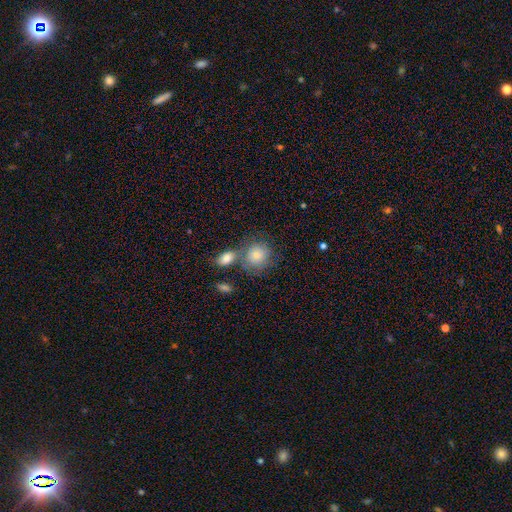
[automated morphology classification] Smooth or featured? smooth (76%)
How rounded? round (79%)
Merging? none (55%)